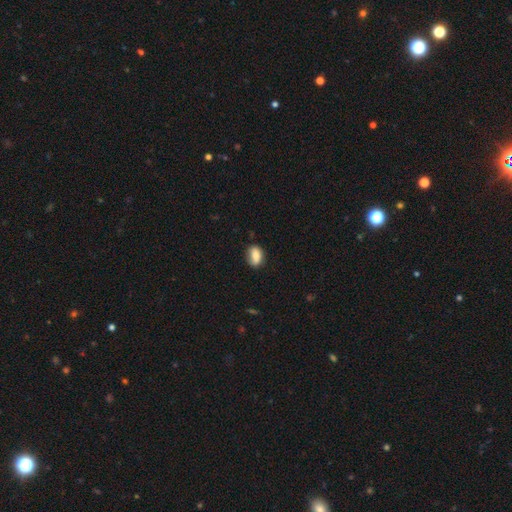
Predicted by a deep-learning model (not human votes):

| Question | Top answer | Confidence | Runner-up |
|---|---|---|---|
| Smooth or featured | smooth | 74% | featured or disk (18%) |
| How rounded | in between | 76% | round (21%) |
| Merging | none | 70% | minor disturbance (22%) |